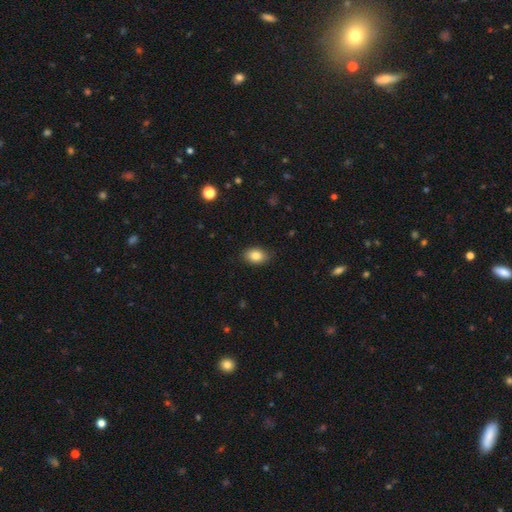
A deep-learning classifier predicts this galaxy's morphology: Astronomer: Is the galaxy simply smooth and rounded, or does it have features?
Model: smooth — 84%.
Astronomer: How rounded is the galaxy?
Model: in between — 77%.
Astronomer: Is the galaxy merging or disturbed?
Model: none — 86%.